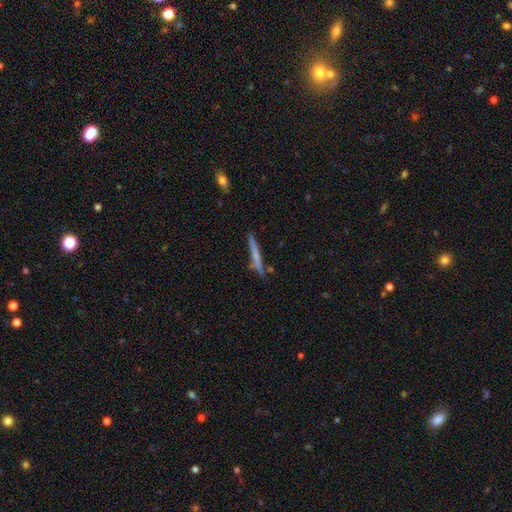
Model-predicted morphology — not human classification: smooth-or-featured: smooth: 55% | featured or disk: 39% | star or artifact: 6%
  how-rounded: cigar-shaped: 96% | in between: 3% | round: 2%
  merging: none: 83% | minor disturbance: 11% | merger: 3% | major disturbance: 2%